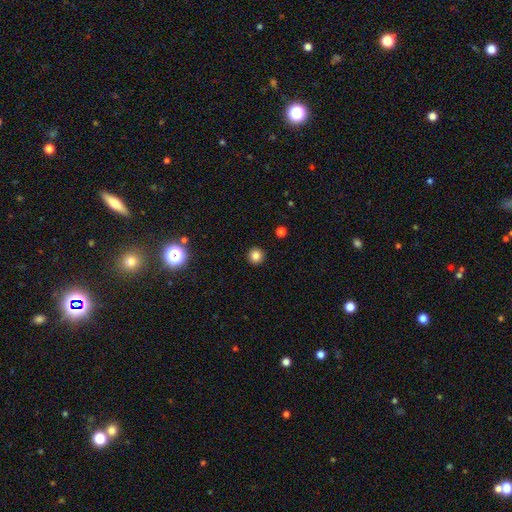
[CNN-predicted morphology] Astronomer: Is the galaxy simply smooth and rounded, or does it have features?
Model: smooth — 84%.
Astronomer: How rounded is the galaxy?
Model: round — 96%.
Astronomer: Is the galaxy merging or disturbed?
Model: none — 93%.